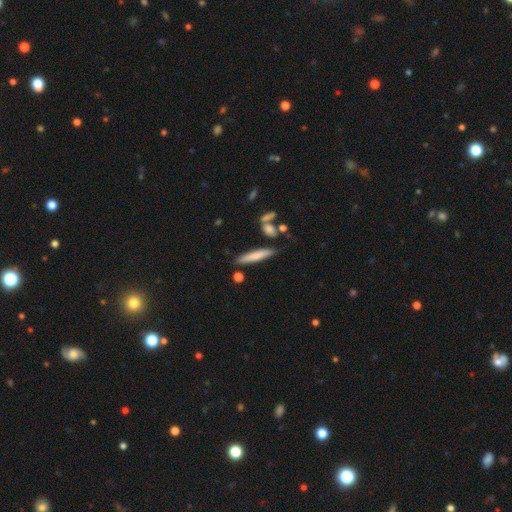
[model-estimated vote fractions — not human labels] This appears to be a smooth galaxy with no disk features (75%) that is cigar-shaped (88%). Merging: none (82%).